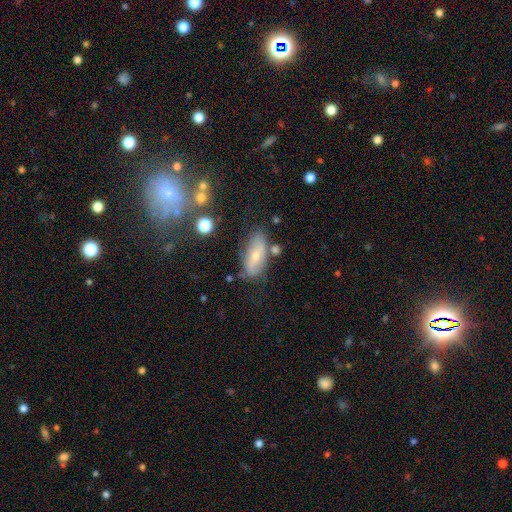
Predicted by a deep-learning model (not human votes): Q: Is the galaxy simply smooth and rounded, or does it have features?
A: smooth — 51%.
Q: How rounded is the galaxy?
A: in between — 82%.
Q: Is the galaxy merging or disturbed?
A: none — 67%.